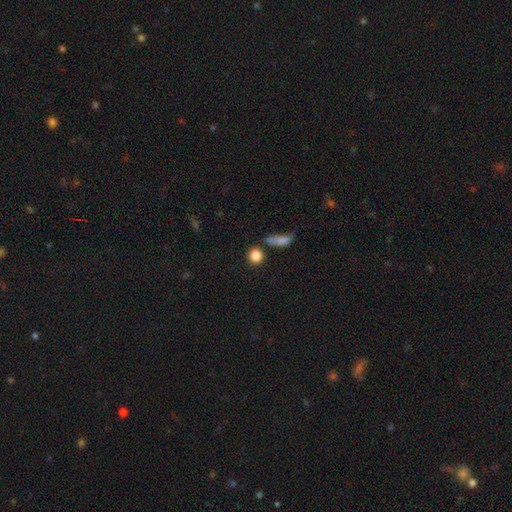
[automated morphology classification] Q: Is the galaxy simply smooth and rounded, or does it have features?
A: smooth — 84%.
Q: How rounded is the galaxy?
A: round — 86%.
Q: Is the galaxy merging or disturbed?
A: none — 73%.